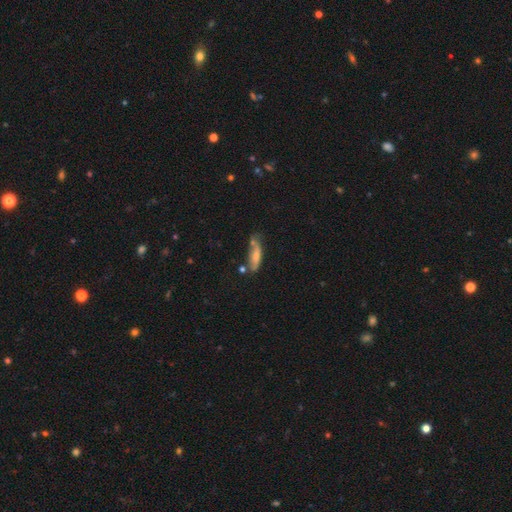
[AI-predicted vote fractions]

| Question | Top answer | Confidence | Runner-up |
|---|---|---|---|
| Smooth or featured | smooth | 66% | featured or disk (27%) |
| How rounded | cigar-shaped | 60% | in between (38%) |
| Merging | none | 51% | minor disturbance (27%) |